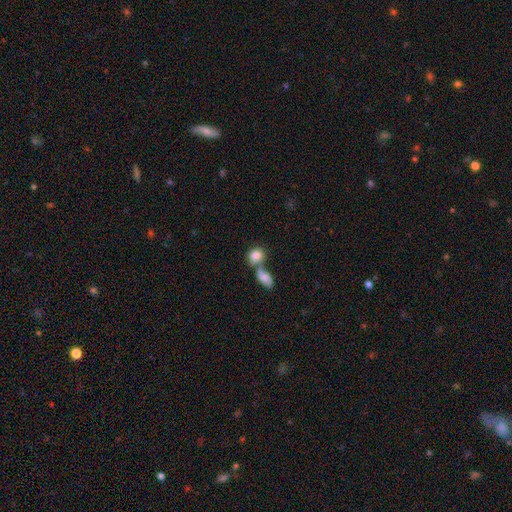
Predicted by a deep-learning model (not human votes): The model was most divided on "how rounded": round: 51%, in between: 46%, cigar-shaped: 2%. More confident: smooth or featured — smooth (84%); merging — merger (53%).